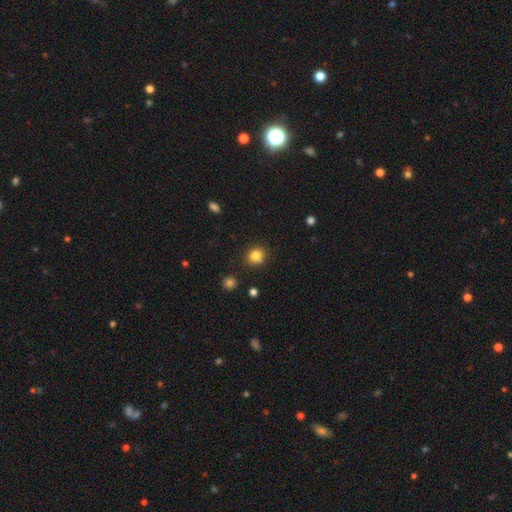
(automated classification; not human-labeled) A smooth galaxy with no disk features (82%) that is round (78%).

Vote fractions:
- Smooth or featured? smooth: 82% / star or artifact: 12% / featured or disk: 6%
- How rounded? round: 78% / in between: 21% / cigar-shaped: 1%
- Merging? none: 81% / minor disturbance: 12% / merger: 5% / major disturbance: 3%